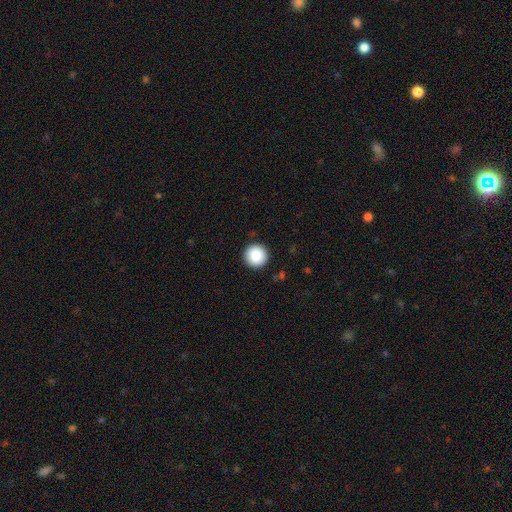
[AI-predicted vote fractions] This is clearly a smooth galaxy (87%). How rounded: clearly round (96%). Merging: clearly none (92%).